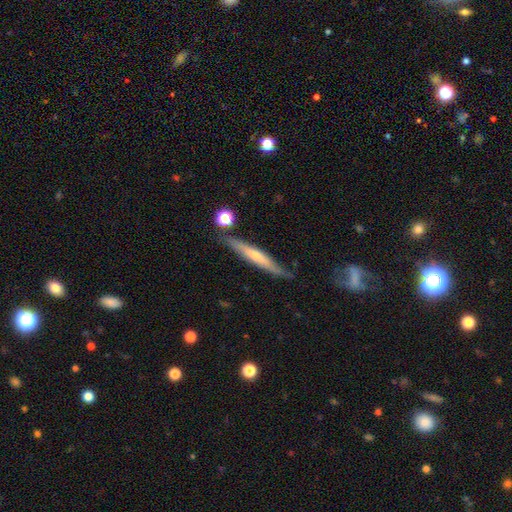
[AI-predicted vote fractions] The model was most divided on "smooth or featured": featured or disk: 52%, smooth: 42%, star or artifact: 7%. More confident: edge-on disk — yes (91%); merging — none (76%).